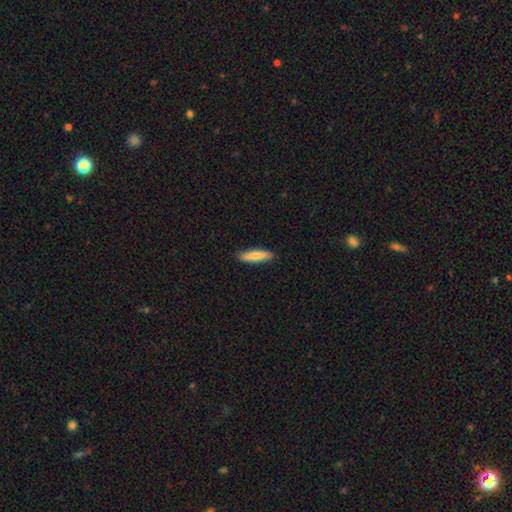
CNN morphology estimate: smooth_or_featured: smooth (p=0.75) [alt: featured or disk p=0.20]
how_rounded: cigar-shaped (p=0.76) [alt: in between p=0.23]
merging: none (p=0.89) [alt: minor disturbance p=0.08]